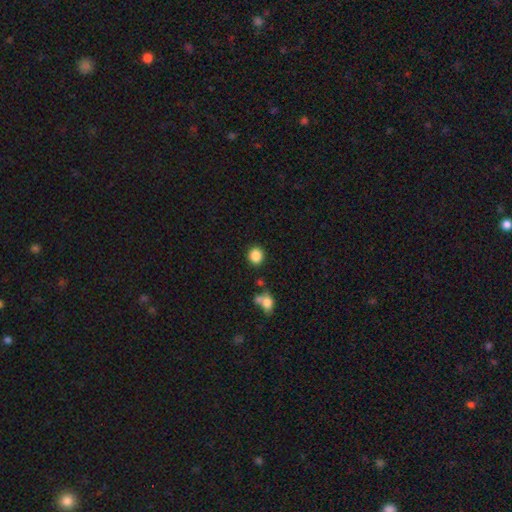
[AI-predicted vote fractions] This appears to be a smooth galaxy with no disk features (87%) that is round (81%). Merging: none (85%).